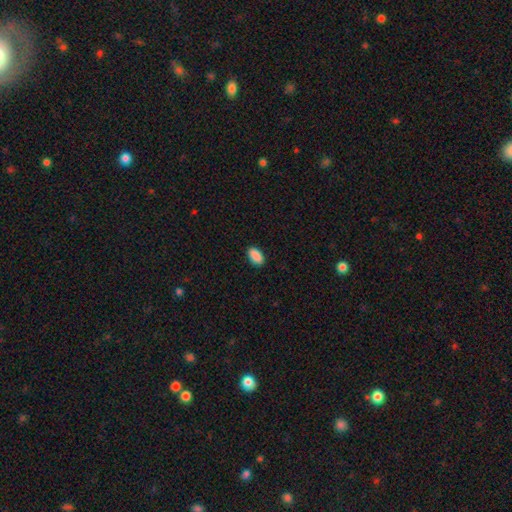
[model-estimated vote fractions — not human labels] The model was most divided on "merging": none: 90%, minor disturbance: 8%, major disturbance: 2%, merger: 1%. More confident: how rounded — in between (94%); smooth or featured — smooth (90%).